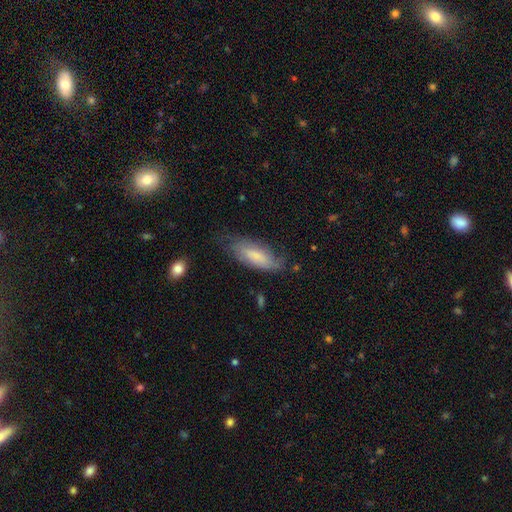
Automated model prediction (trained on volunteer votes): Smooth or featured: smooth — 68% (featured or disk — 24%)
How rounded: in between — 68% (cigar-shaped — 30%)
Merging: none — 63% (minor disturbance — 27%)